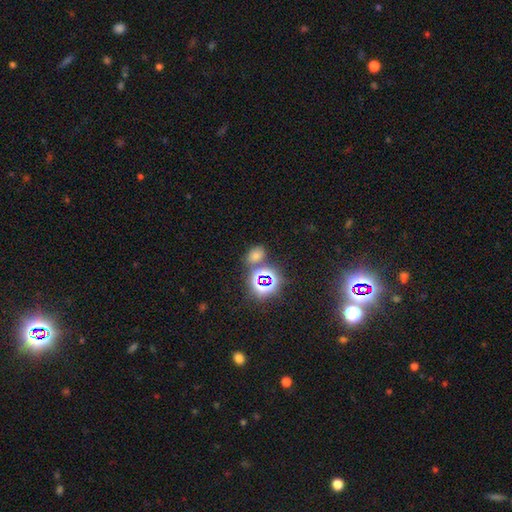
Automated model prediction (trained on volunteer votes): The model was most divided on "smooth or featured": smooth: 55%, star or artifact: 38%, featured or disk: 8%. More confident: how rounded — in between (71%); merging — none (71%).